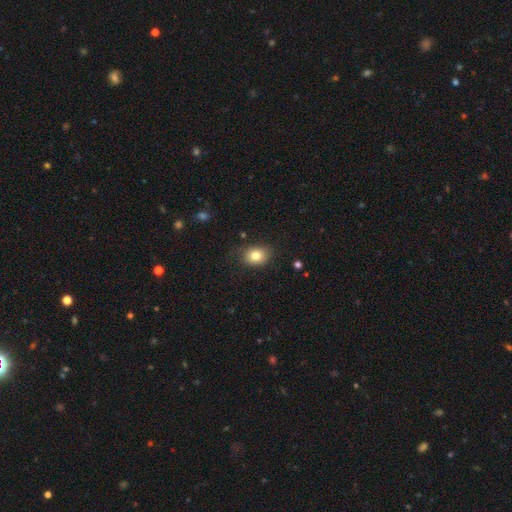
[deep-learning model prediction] smooth 81%, star or artifact 10%, featured or disk 9%. Down the decision tree: how rounded — round (51%); merging — none (78%).